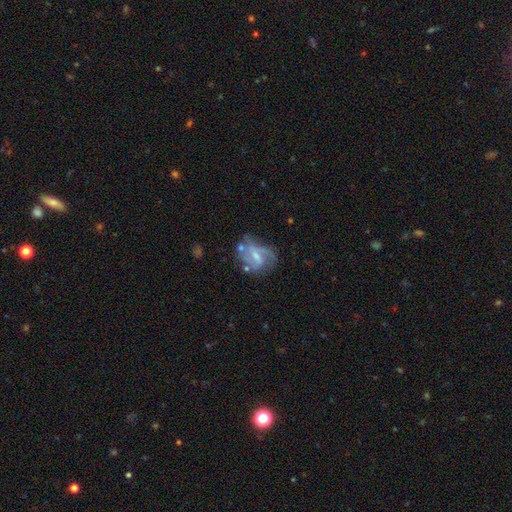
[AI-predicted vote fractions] smooth-or-featured: featured or disk: 69% | smooth: 23% | star or artifact: 8%
  disk-edge-on: no: 97% | yes: 3%
    bar: weak: 54% | no: 25% | strong: 21%
    has-spiral-arms: yes: 79% | no: 21%
      spiral-winding: medium: 44% | loose: 36% | tight: 20%
      spiral-arm-count: 2: 51% | can't tell: 21% | 1: 13% | 3: 11% | 4: 2% | more than 4: 2%
    bulge-size: small: 45% | moderate: 33% | none: 18% | large: 3% | dominant: 1%
  merging: none: 43% | minor disturbance: 24% | major disturbance: 22% | merger: 10%